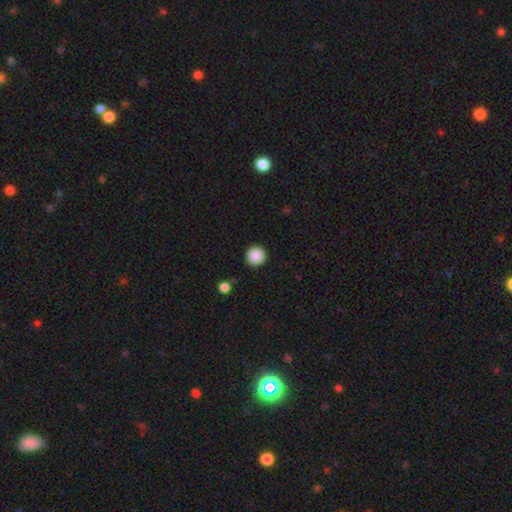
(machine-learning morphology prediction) type=smooth (89%); roundness=round (96%); merging=none (91%).